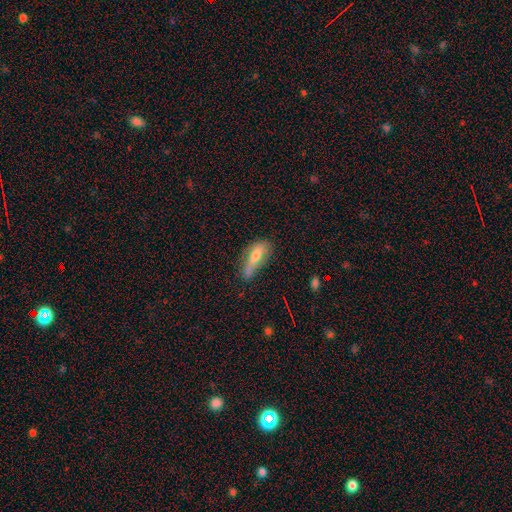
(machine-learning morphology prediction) Smooth or featured?
  - smooth: 59% *
  - featured or disk: 31%
  - star or artifact: 9%
How rounded?
  - in between: 56% *
  - cigar-shaped: 41%
  - round: 3%
Merging?
  - none: 43% *
  - minor disturbance: 33%
  - major disturbance: 16%
  - merger: 8%